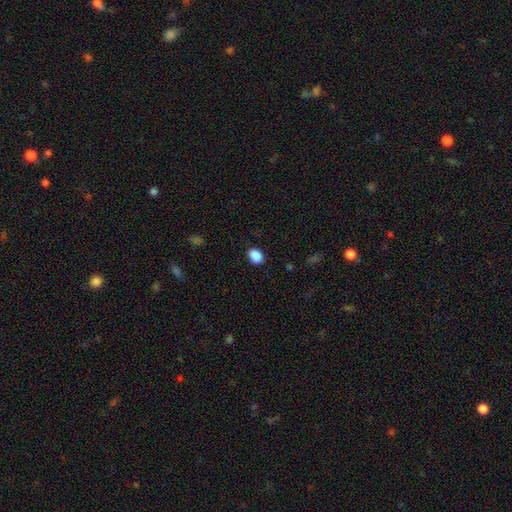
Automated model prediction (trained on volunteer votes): Morphology: type=smooth (89%); roundness=in between (73%); merging=none (86%).